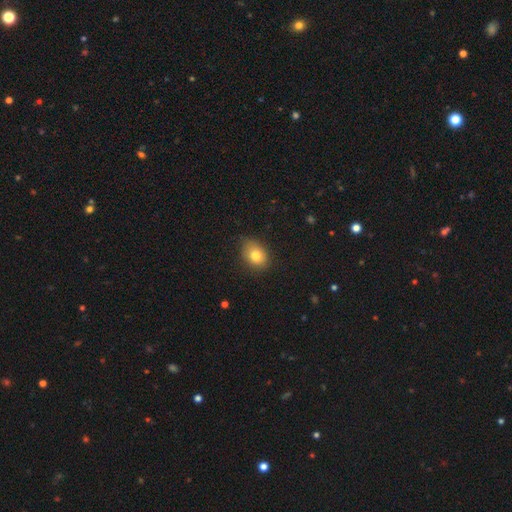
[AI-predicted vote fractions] A smooth galaxy with no disk features (79%) that is in between round and cigar-shaped (59%).

Vote fractions:
- Smooth or featured? smooth: 79% / featured or disk: 11% / star or artifact: 10%
- How rounded? in between: 59% / round: 40% / cigar-shaped: 1%
- Merging? none: 71% / minor disturbance: 23% / major disturbance: 5% / merger: 1%